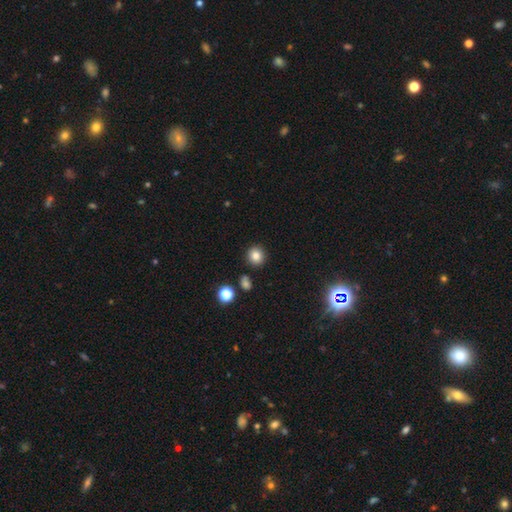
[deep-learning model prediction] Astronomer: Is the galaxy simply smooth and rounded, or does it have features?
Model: smooth — 83%.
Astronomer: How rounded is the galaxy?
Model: round — 89%.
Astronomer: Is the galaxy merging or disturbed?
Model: none — 88%.